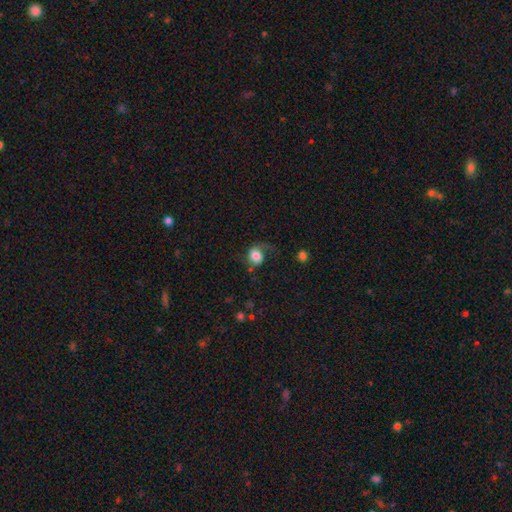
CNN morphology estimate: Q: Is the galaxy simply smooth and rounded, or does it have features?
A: smooth — 70%.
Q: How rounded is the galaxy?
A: round — 60%.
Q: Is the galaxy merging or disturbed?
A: none — 48%.